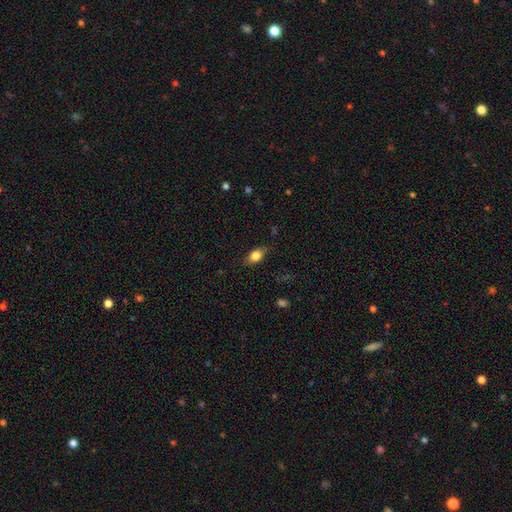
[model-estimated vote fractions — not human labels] Overall: smooth (82%). How rounded: in between (77%). Merging: none (77%).